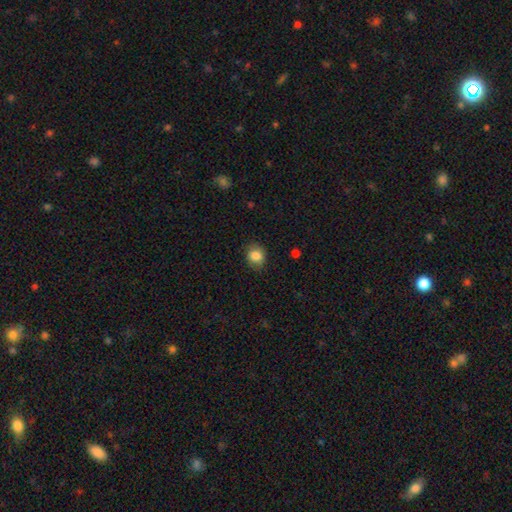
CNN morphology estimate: This appears to be a smooth galaxy with no disk features (84%) that is round (58%). Merging: none (80%).